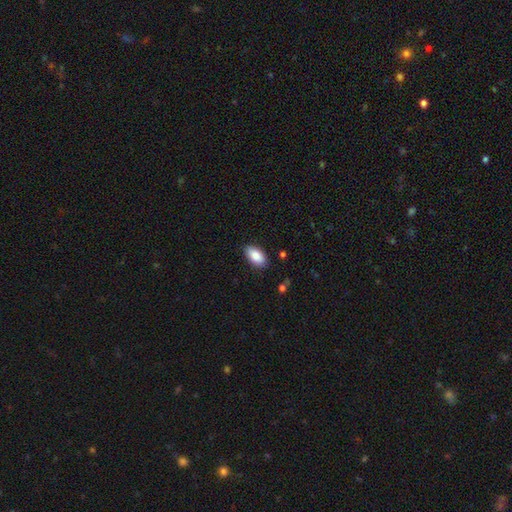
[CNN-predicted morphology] Smooth or featured? Predicted: smooth (p=0.85). How rounded? Predicted: in between (p=0.94). Merging? Predicted: none (p=0.87).